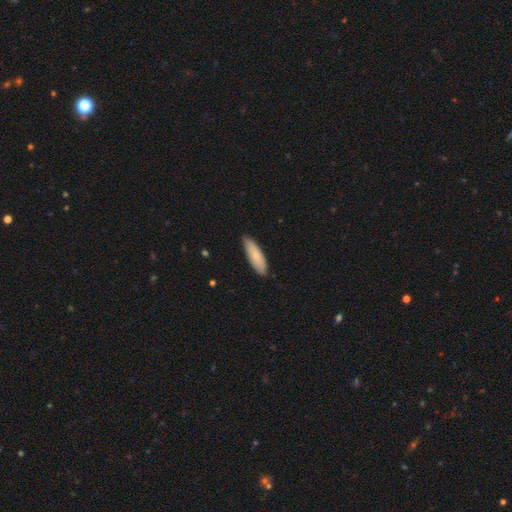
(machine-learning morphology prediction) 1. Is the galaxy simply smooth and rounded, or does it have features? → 79% smooth, 16% featured or disk, 5% star or artifact.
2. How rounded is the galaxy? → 50% in between, 48% cigar-shaped, 2% round.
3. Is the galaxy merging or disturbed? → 84% none, 13% minor disturbance, 2% major disturbance, 1% merger.